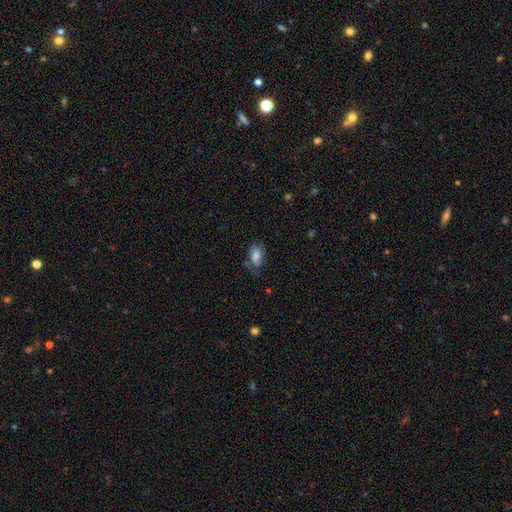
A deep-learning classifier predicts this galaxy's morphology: smooth 62%, featured or disk 28%, star or artifact 10%. Down the decision tree: how rounded — in between (89%); merging — none (52%).